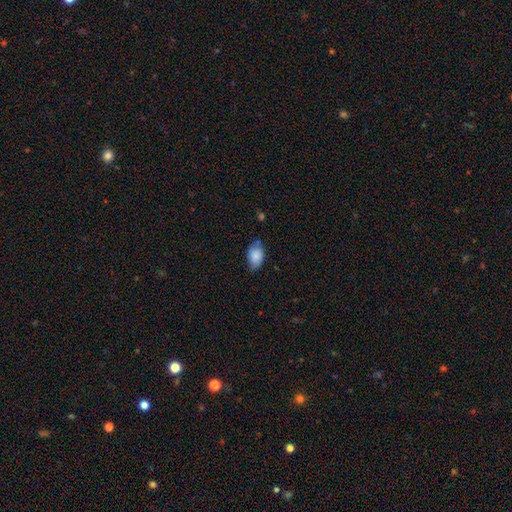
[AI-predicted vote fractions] smooth-or-featured: smooth: 84% | featured or disk: 9% | star or artifact: 7%
  how-rounded: in between: 86% | round: 12% | cigar-shaped: 1%
  merging: none: 66% | minor disturbance: 27% | major disturbance: 5% | merger: 2%